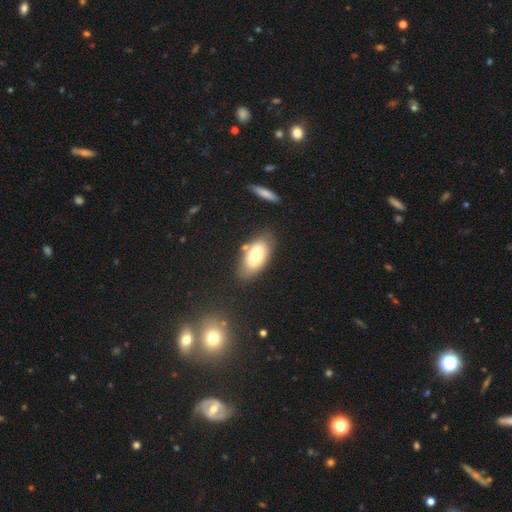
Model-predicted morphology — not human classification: type=smooth (68%); roundness=in between (92%); merging=none (69%).